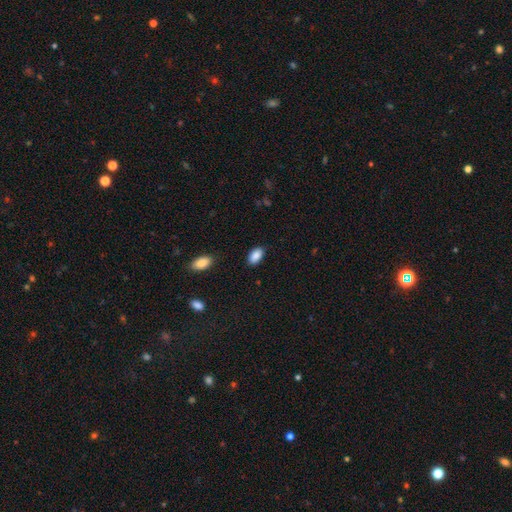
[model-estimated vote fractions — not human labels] The model was most divided on "merging": none: 85%, minor disturbance: 11%, major disturbance: 2%, merger: 1%. More confident: how rounded — in between (93%); smooth or featured — smooth (89%).